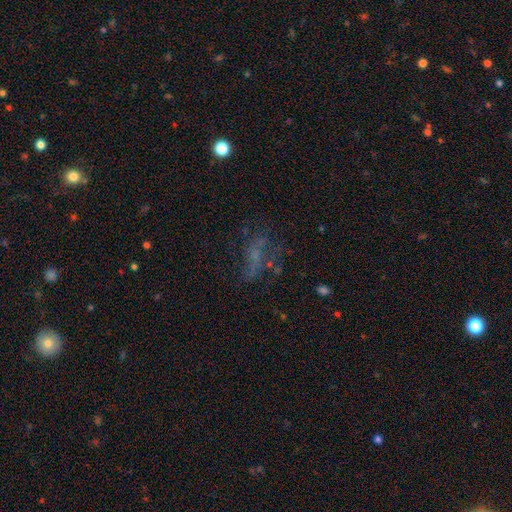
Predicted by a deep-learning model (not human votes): Smooth or featured?
  - featured or disk: 41% *
  - smooth: 32%
  - star or artifact: 28%
Merging?
  - none: 45% *
  - major disturbance: 31%
  - minor disturbance: 18%
  - merger: 5%